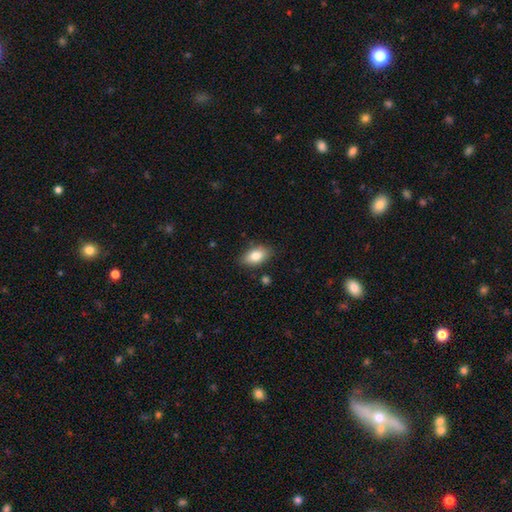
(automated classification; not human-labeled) smooth_or_featured: smooth (p=0.81) [alt: featured or disk p=0.11]
how_rounded: in between (p=0.91) [alt: round p=0.06]
merging: none (p=0.82) [alt: minor disturbance p=0.13]